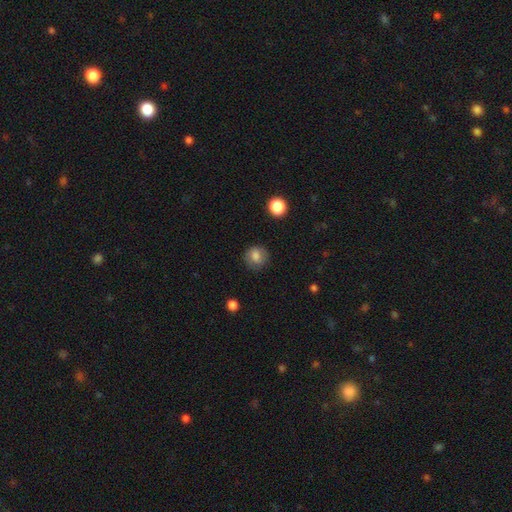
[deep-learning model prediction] Overall: smooth (79%). How rounded: round (84%). Merging: none (82%).